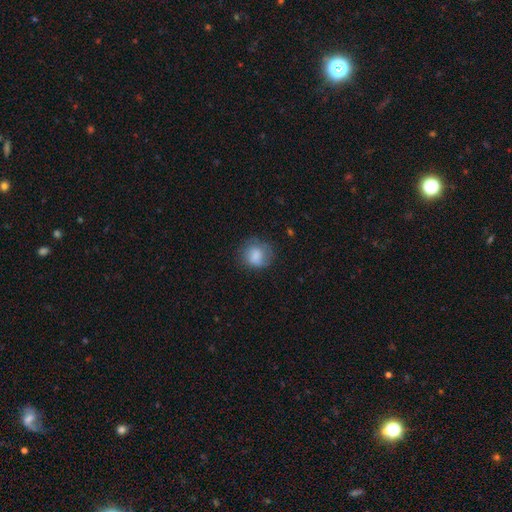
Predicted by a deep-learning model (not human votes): smooth 78%, featured or disk 13%, star or artifact 9%. Down the decision tree: how rounded — round (79%); merging — none (63%).